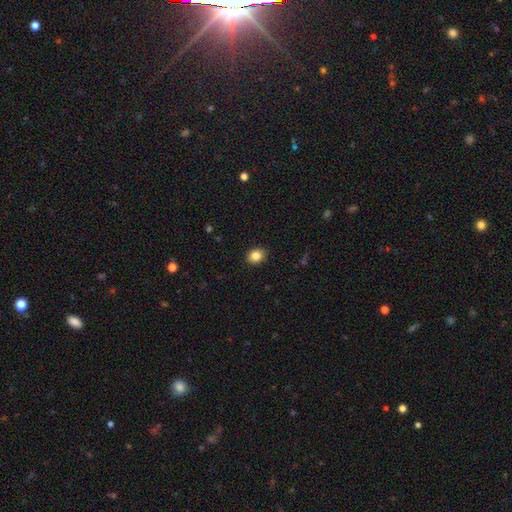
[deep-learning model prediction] smooth_or_featured: smooth (p=0.84) [alt: star or artifact p=0.10]
how_rounded: round (p=0.53) [alt: in between p=0.46]
merging: none (p=0.89) [alt: minor disturbance p=0.08]